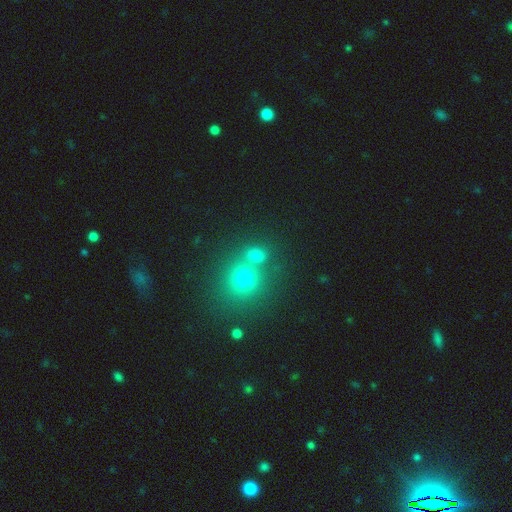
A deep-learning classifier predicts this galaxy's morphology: The model was most divided on "how rounded": round: 64%, in between: 34%, cigar-shaped: 2%. More confident: smooth or featured — smooth (71%); merging — none (59%).